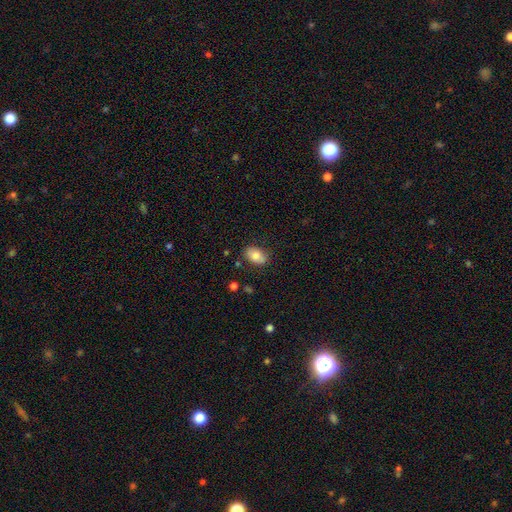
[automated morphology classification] This is likely a smooth galaxy (79%). How rounded: clearly in between (89%). Merging: clearly none (80%).